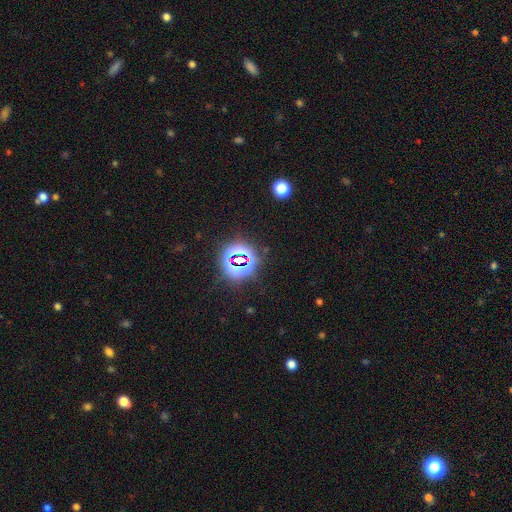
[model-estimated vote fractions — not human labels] The model was most divided on "smooth or featured": star or artifact: 82%, smooth: 11%, featured or disk: 7%.